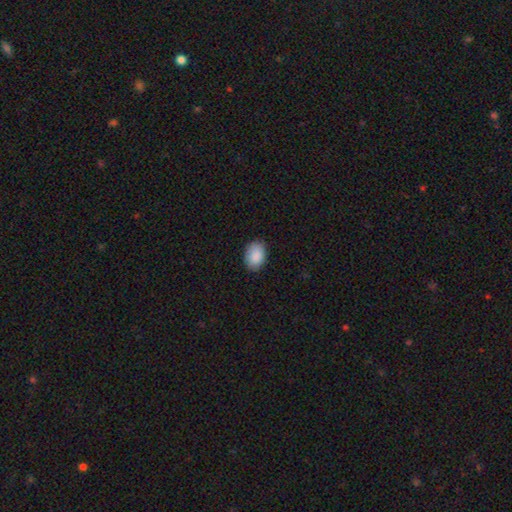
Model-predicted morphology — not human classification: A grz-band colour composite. It shows a smooth galaxy with no disk features (90%) that is in between round and cigar-shaped (83%). Merging: none (86%).